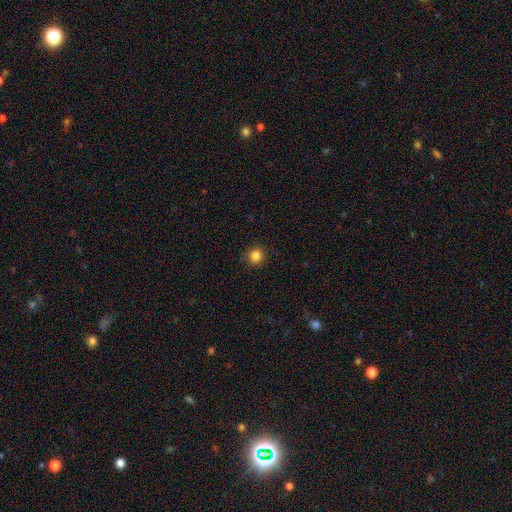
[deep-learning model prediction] smooth_or_featured: smooth (p=0.85) [alt: star or artifact p=0.11]
how_rounded: round (p=0.91) [alt: in between p=0.09]
merging: none (p=0.89) [alt: minor disturbance p=0.08]